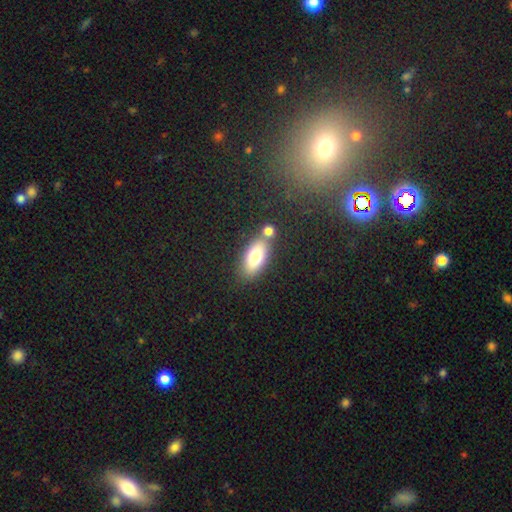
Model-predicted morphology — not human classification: Q: Smooth or featured?
A: smooth (77%); runner-up: featured or disk (15%)
Q: How rounded?
A: in between (85%); runner-up: cigar-shaped (11%)
Q: Merging?
A: none (73%); runner-up: merger (12%)